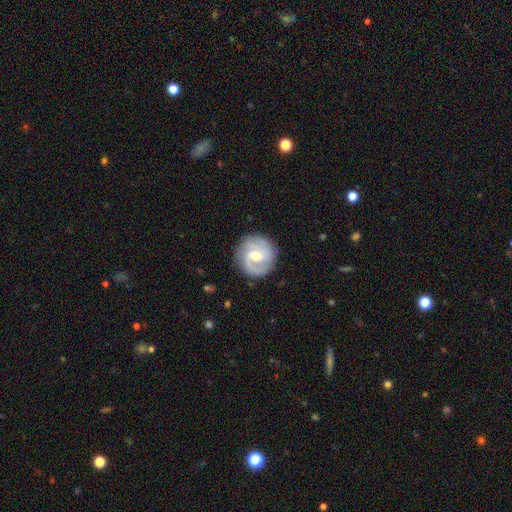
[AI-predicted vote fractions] Smooth or featured? Predicted: featured or disk (p=0.85). Edge-on disk? Predicted: no (p=0.98). Bar? Predicted: weak (p=0.52). Spiral arms? Predicted: yes (p=0.96). Spiral winding? Predicted: medium (p=0.45). Spiral arm count? Predicted: 2 (p=0.52). Bulge size? Predicted: moderate (p=0.61). Merging? Predicted: none (p=0.85).